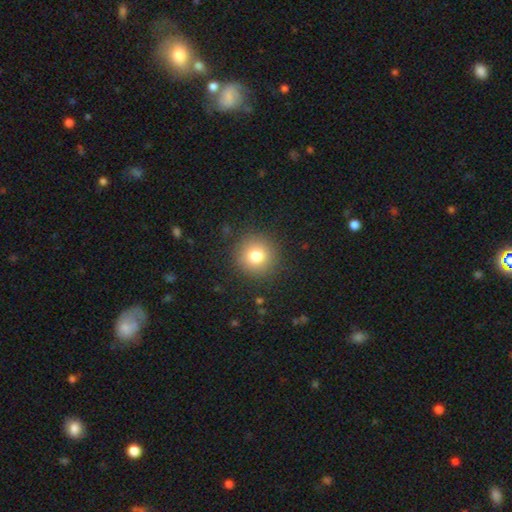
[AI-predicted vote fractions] smooth 78%, star or artifact 13%, featured or disk 9%. Down the decision tree: how rounded — round (93%); merging — none (89%).